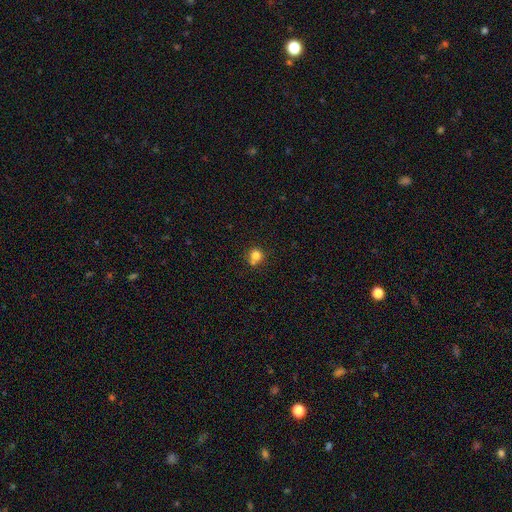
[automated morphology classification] smooth_or_featured: smooth (p=0.79) [alt: star or artifact p=0.12]
how_rounded: round (p=0.89) [alt: in between p=0.10]
merging: none (p=0.62) [alt: merger p=0.23]